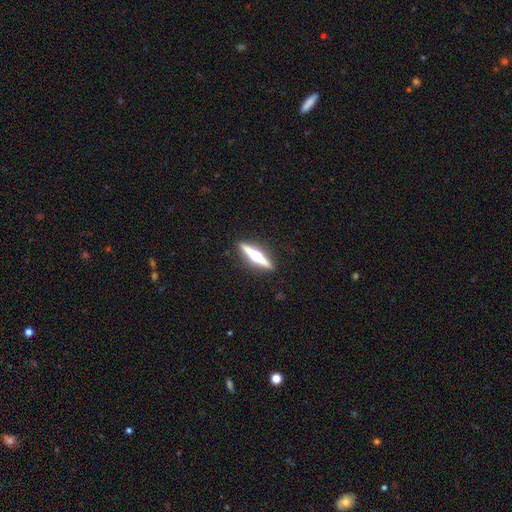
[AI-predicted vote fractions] Smooth or featured? featured or disk (77%)
Edge-on disk? yes (98%)
Edge-on bulge? rounded (95%)
Merging? none (91%)